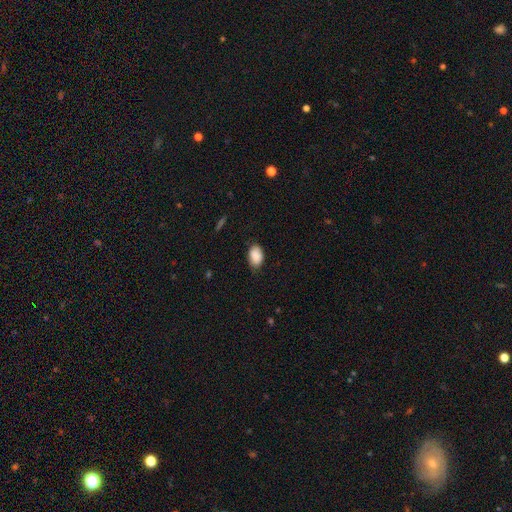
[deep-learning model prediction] smooth 89%, star or artifact 7%, featured or disk 4%. Down the decision tree: how rounded — in between (89%); merging — none (74%).